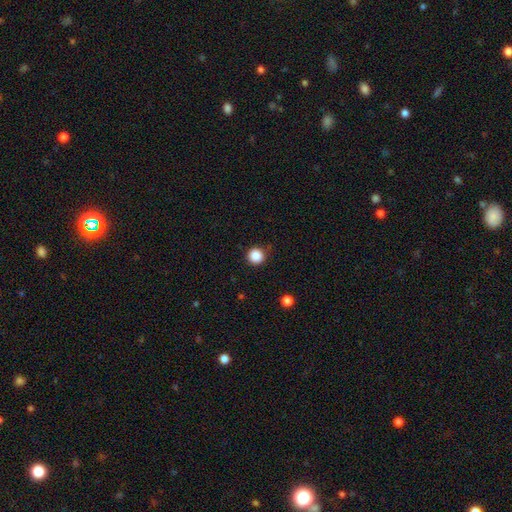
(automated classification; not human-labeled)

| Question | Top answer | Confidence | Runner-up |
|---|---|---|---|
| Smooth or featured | smooth | 87% | star or artifact (10%) |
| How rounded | round | 95% | in between (4%) |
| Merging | none | 89% | minor disturbance (7%) |